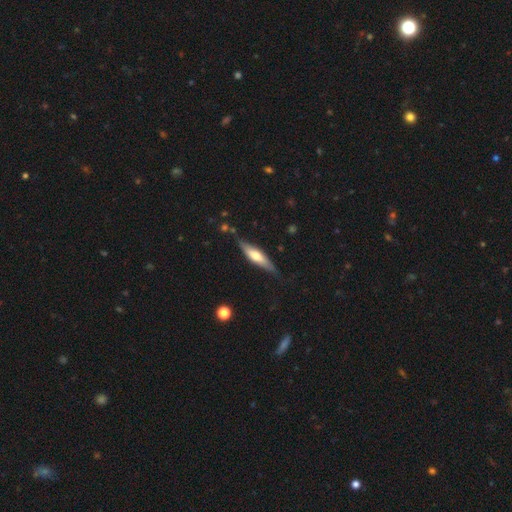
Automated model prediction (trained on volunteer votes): This is possibly a featured or disk galaxy (51%). It is clearly viewed edge-on (86%). Merging: likely none (74%).